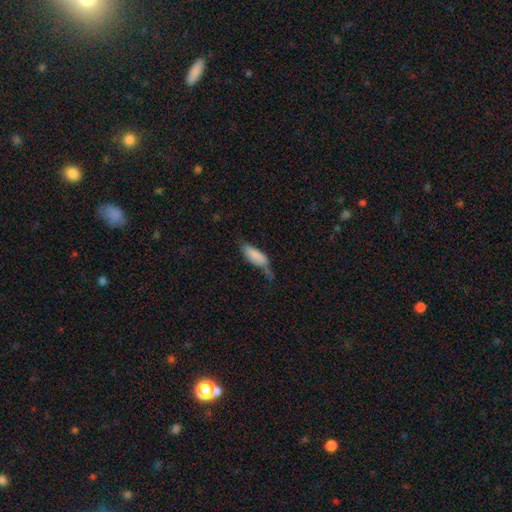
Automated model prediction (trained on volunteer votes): Overall: smooth (81%). How rounded: in between (70%). Merging: minor disturbance (39%; none 33%).